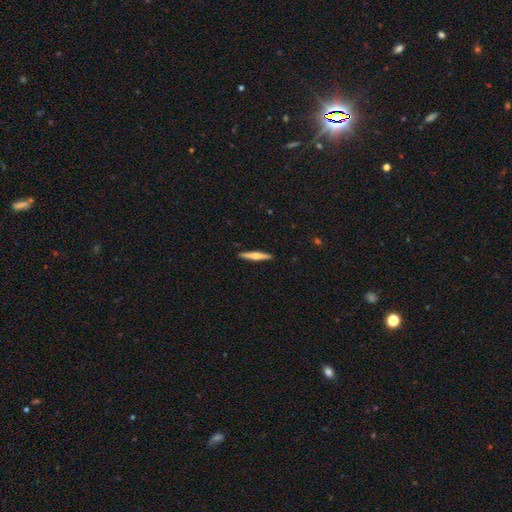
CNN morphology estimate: A featured or disk galaxy (51%) viewed edge-on (97%). Merging: none (91%).